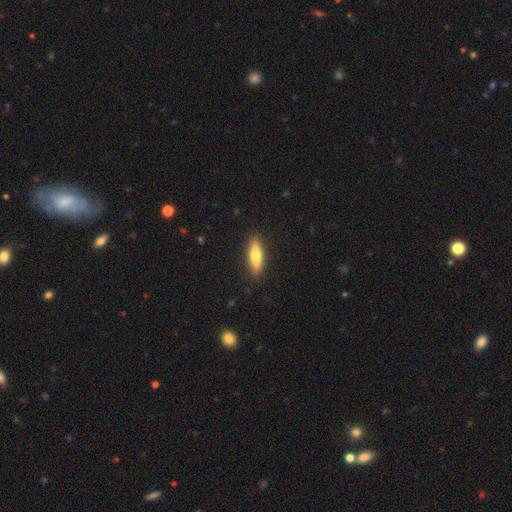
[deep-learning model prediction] Morphology: type=smooth (68%); roundness=cigar-shaped (58%); merging=none (89%).